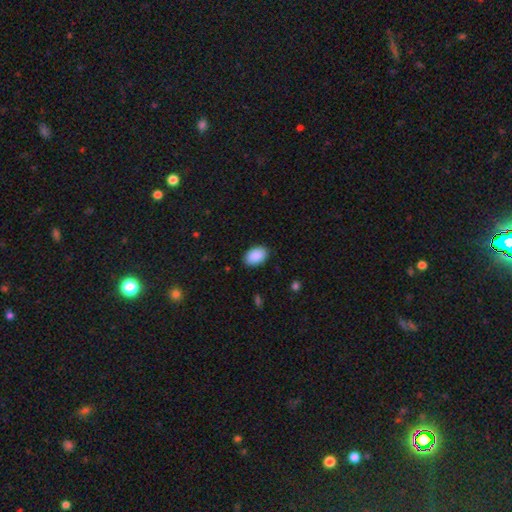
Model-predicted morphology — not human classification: smooth-or-featured: smooth: 91% | star or artifact: 6% | featured or disk: 3%
  how-rounded: in between: 90% | round: 9% | cigar-shaped: 1%
  merging: none: 88% | minor disturbance: 9% | major disturbance: 2% | merger: 1%